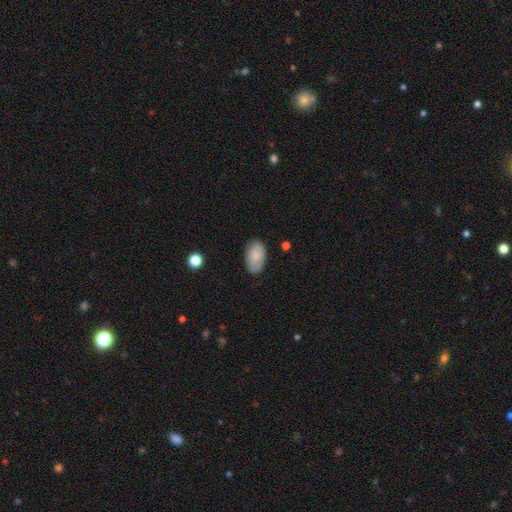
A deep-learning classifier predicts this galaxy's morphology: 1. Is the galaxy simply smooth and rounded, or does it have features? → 84% smooth, 9% featured or disk, 7% star or artifact.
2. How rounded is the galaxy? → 94% in between, 5% round, 1% cigar-shaped.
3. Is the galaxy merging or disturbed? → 82% none, 14% minor disturbance, 3% major disturbance, 1% merger.